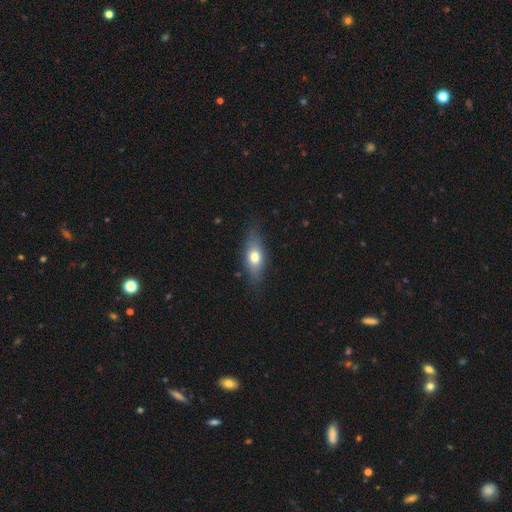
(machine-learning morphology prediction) Smooth or featured: smooth — 56% (featured or disk — 36%)
How rounded: in between — 62% (cigar-shaped — 31%)
Merging: none — 82% (minor disturbance — 14%)